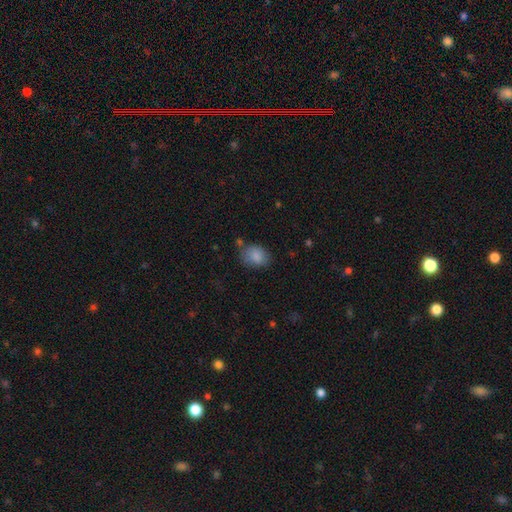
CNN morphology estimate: Smooth or featured?
  - smooth: 84% *
  - star or artifact: 9%
  - featured or disk: 8%
How rounded?
  - in between: 63% *
  - round: 36%
  - cigar-shaped: 1%
Merging?
  - none: 63% *
  - minor disturbance: 23%
  - major disturbance: 7%
  - merger: 6%